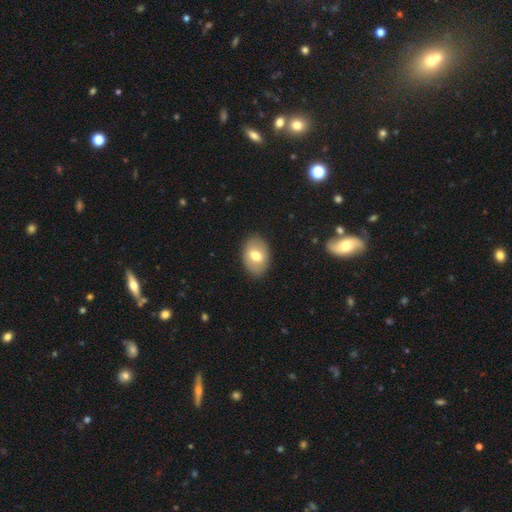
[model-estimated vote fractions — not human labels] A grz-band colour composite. It shows a smooth galaxy with no disk features (64%) that is in between round and cigar-shaped (81%). Merging: none (86%).